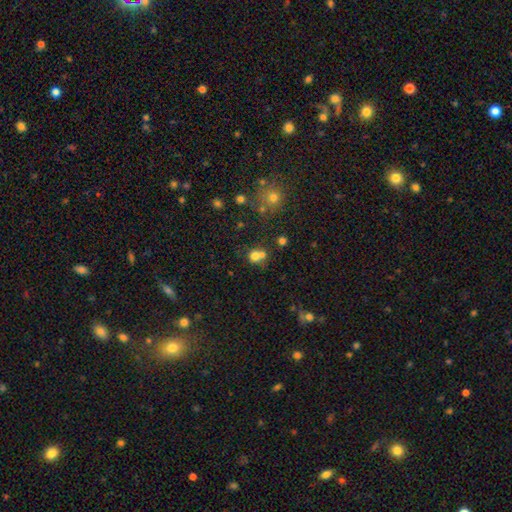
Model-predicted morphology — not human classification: smooth 73%, star or artifact 15%, featured or disk 12%. Down the decision tree: how rounded — round (80%); merging — merger (46%).